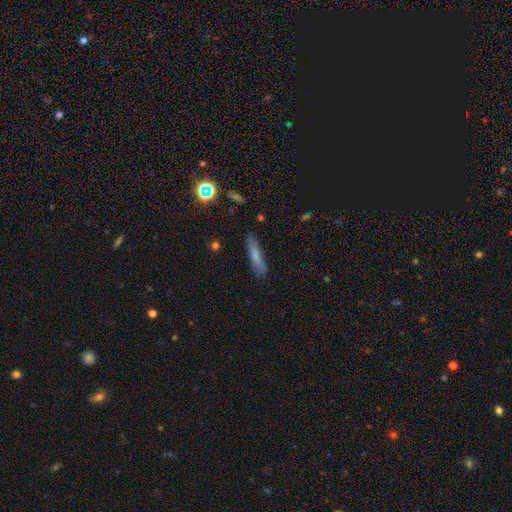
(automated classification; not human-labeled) Smooth or featured?
  - smooth: 71% *
  - featured or disk: 19%
  - star or artifact: 10%
How rounded?
  - cigar-shaped: 83% *
  - in between: 15%
  - round: 2%
Merging?
  - none: 76% *
  - minor disturbance: 17%
  - major disturbance: 4%
  - merger: 2%